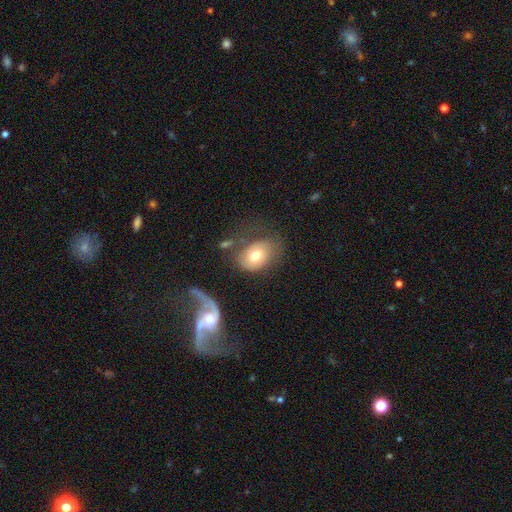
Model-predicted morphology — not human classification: Smooth or featured? smooth (65%)
How rounded? in between (72%)
Merging? none (48%)